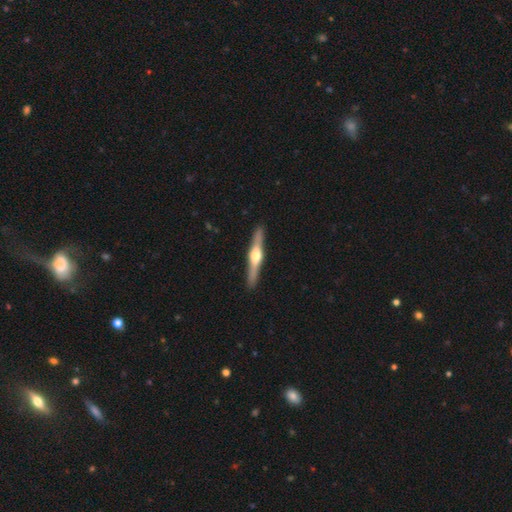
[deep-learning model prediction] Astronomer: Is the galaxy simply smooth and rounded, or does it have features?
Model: featured or disk — 76%.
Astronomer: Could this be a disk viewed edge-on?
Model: yes — 98%.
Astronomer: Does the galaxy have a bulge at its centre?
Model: rounded — 95%.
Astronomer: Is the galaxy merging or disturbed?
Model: none — 92%.